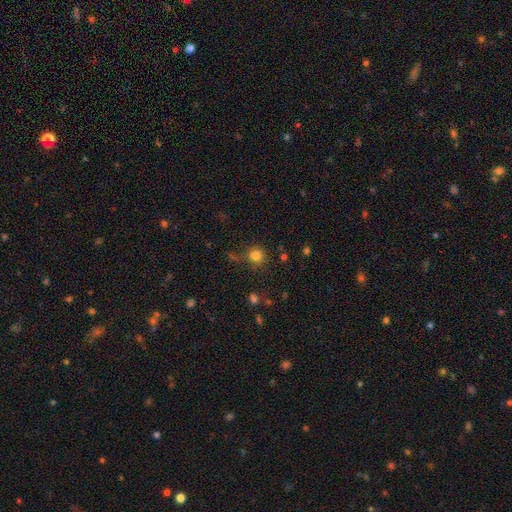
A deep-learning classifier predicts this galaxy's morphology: smooth_or_featured: smooth (p=0.80) [alt: star or artifact p=0.14]
how_rounded: round (p=0.89) [alt: in between p=0.10]
merging: none (p=0.73) [alt: minor disturbance p=0.14]